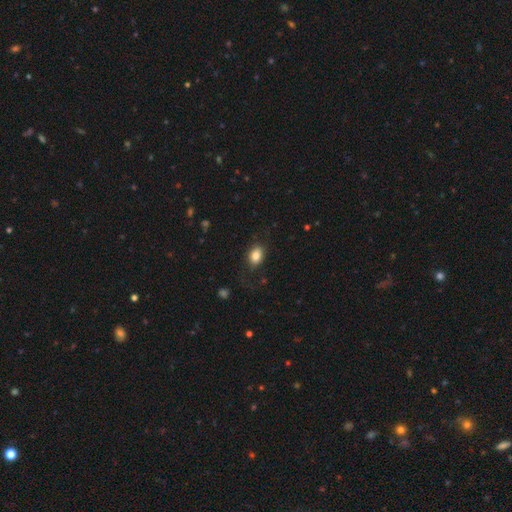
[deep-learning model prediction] The model was most divided on "how rounded": in between: 79%, round: 20%, cigar-shaped: 1%. More confident: smooth or featured — smooth (84%); merging — none (78%).